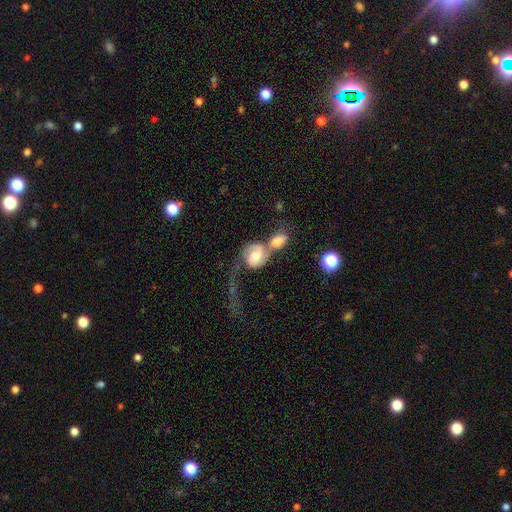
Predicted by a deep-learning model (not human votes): featured or disk 60%, smooth 32%, star or artifact 8%. Down the decision tree: edge-on disk — no (96%); bar — no (50%); spiral arms — yes (87%); spiral arm count — 2 (67%); spiral winding — loose (52%); bulge size — moderate (45%); merging — merger (70%).